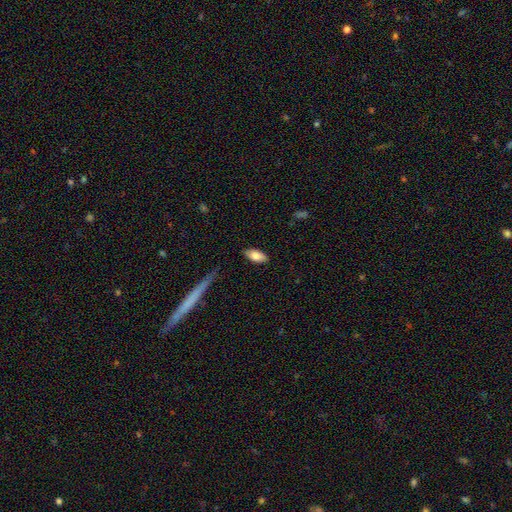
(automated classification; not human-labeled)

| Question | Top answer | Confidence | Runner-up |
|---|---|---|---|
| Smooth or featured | smooth | 79% | featured or disk (15%) |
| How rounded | in between | 90% | cigar-shaped (8%) |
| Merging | none | 85% | minor disturbance (11%) |